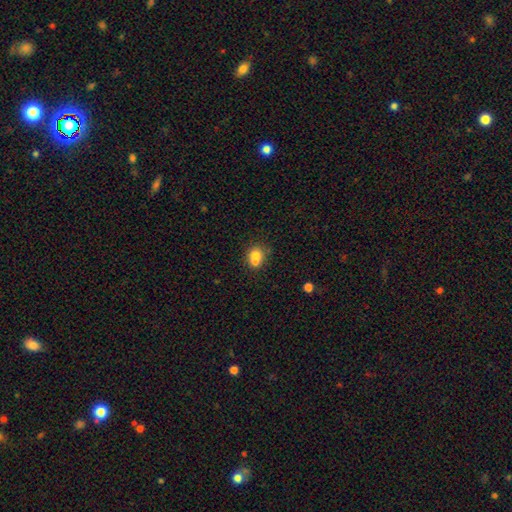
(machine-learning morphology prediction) Q: Smooth or featured?
A: smooth (71%); runner-up: featured or disk (18%)
Q: How rounded?
A: round (70%); runner-up: in between (29%)
Q: Merging?
A: merger (56%); runner-up: none (33%)